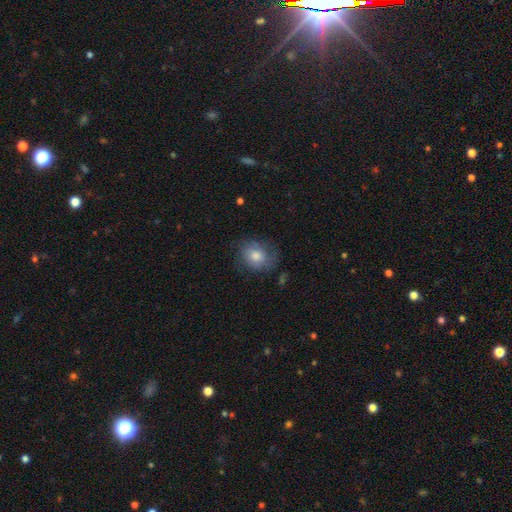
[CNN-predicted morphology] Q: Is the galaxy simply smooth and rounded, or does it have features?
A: smooth — 61%.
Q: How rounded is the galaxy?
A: round — 62%.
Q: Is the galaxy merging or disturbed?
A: none — 66%.